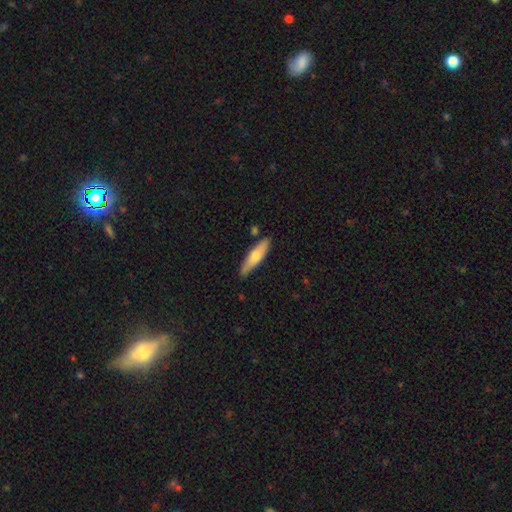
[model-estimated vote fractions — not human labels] Smooth or featured?
  - smooth: 64% *
  - featured or disk: 31%
  - star or artifact: 5%
How rounded?
  - cigar-shaped: 70% *
  - in between: 29%
  - round: 2%
Merging?
  - none: 83% *
  - minor disturbance: 11%
  - merger: 3%
  - major disturbance: 2%